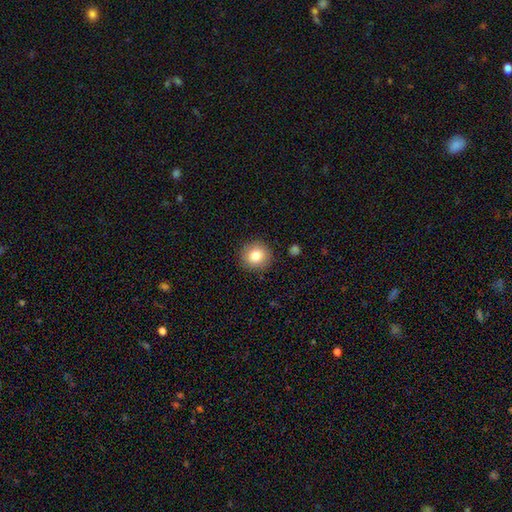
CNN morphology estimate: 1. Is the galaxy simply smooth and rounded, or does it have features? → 82% smooth, 9% star or artifact, 8% featured or disk.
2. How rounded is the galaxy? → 89% round, 10% in between, 1% cigar-shaped.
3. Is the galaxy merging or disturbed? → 88% none, 8% minor disturbance, 2% major disturbance, 2% merger.